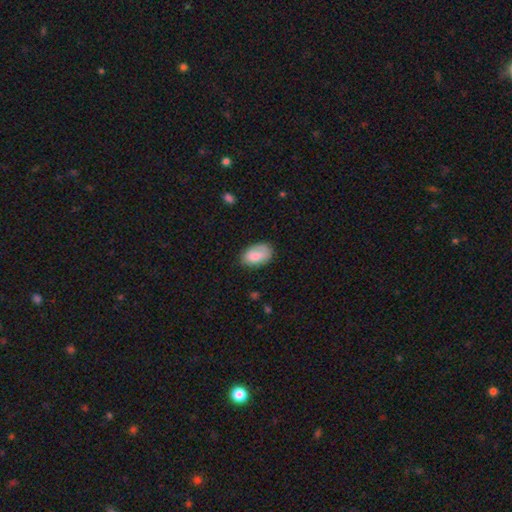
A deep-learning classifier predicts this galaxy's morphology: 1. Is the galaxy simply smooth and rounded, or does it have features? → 81% smooth, 12% featured or disk, 7% star or artifact.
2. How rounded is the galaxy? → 91% in between, 8% round, 1% cigar-shaped.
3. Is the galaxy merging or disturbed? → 70% none, 23% minor disturbance, 5% major disturbance, 2% merger.